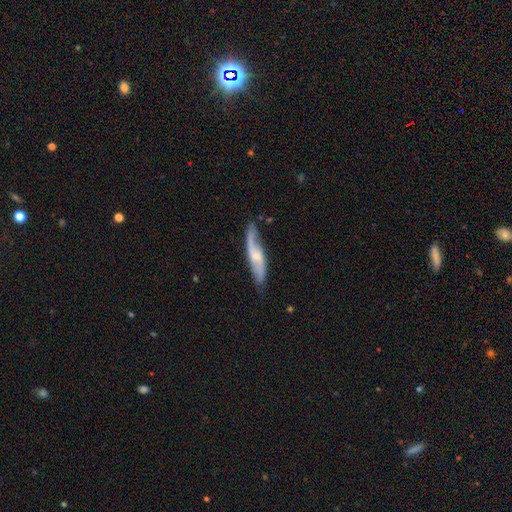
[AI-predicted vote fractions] Smooth or featured? featured or disk (66%)
Edge-on disk? no (68%)
Merging? none (70%)